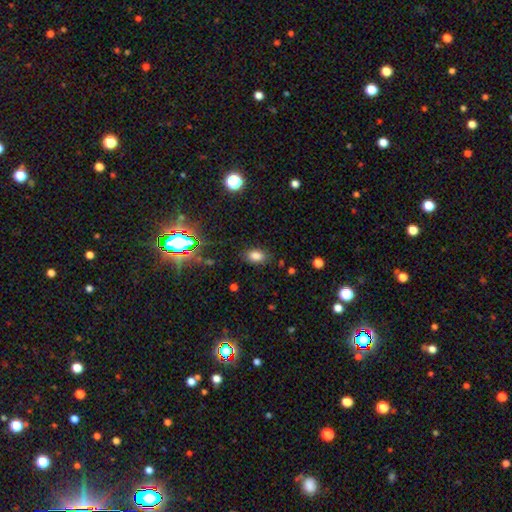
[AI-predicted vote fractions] This appears to be a smooth galaxy with no disk features (78%) that is in between round and cigar-shaped (87%). Merging: none (84%).